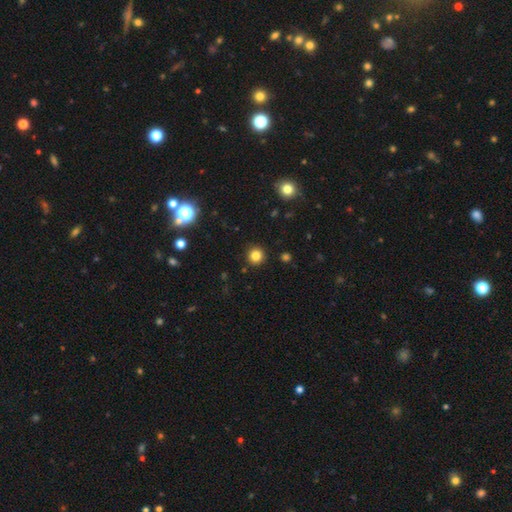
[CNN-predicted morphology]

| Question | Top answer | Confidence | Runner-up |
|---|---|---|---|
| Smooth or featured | smooth | 82% | star or artifact (13%) |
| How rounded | round | 94% | in between (5%) |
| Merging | none | 91% | minor disturbance (5%) |